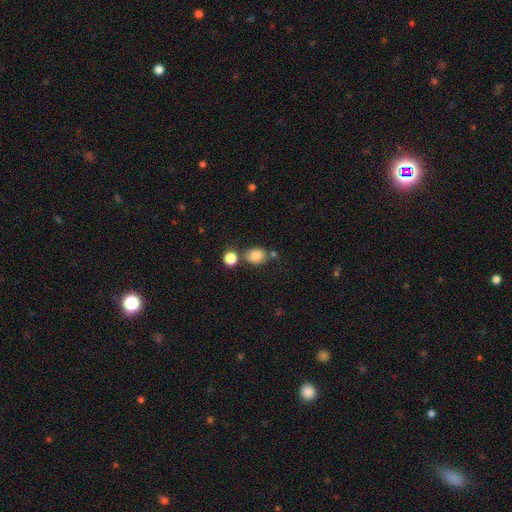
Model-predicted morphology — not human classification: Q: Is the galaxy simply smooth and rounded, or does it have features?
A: smooth — 80%.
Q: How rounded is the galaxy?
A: round — 52%.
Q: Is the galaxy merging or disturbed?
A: none — 67%.